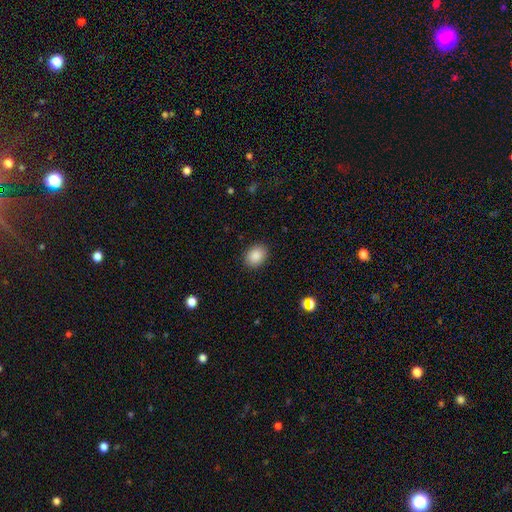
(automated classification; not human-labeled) This appears to be a smooth galaxy with no disk features (88%) that is in between round and cigar-shaped (59%). Merging: none (89%).